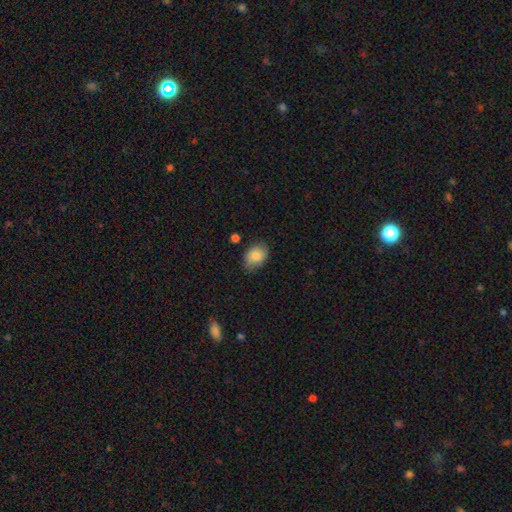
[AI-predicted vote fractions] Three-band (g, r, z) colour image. It shows a smooth galaxy with no disk features (83%) that is in between round and cigar-shaped (72%). Merging: none (73%).